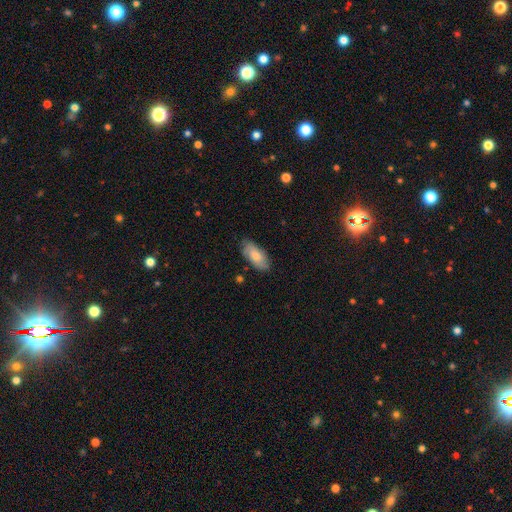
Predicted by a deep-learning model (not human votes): This appears to be a smooth galaxy with no disk features (62%) that is in between round and cigar-shaped (89%). Merging: none (77%).